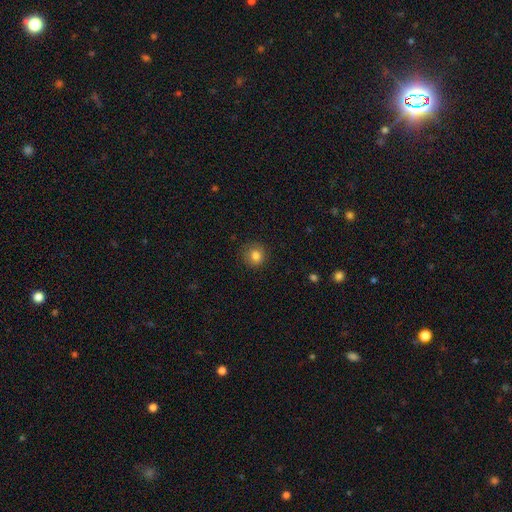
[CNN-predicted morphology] A smooth galaxy with no disk features (82%) that is round (90%). Merging: none (86%).